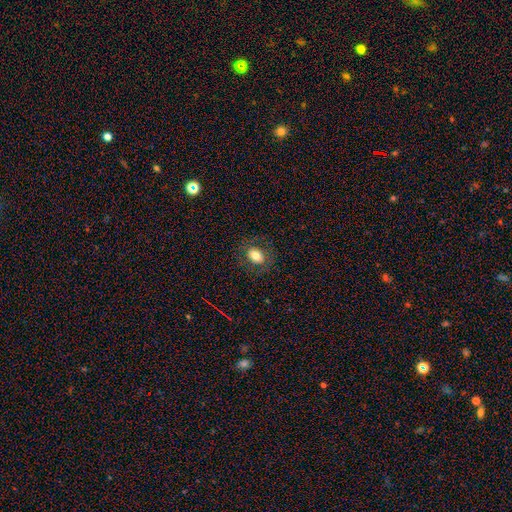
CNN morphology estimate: Smooth or featured?
  - smooth: 74% *
  - featured or disk: 16%
  - star or artifact: 10%
How rounded?
  - in between: 62% *
  - round: 37%
  - cigar-shaped: 1%
Merging?
  - none: 83% *
  - minor disturbance: 11%
  - major disturbance: 6%
  - merger: 1%